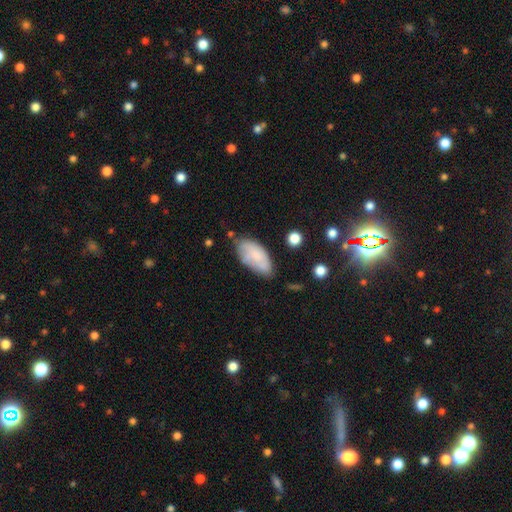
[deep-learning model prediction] A smooth galaxy with no disk features (67%) that is in between round and cigar-shaped (92%).

Vote fractions:
- Smooth or featured? smooth: 67% / featured or disk: 26% / star or artifact: 7%
- How rounded? in between: 92% / cigar-shaped: 6% / round: 2%
- Merging? none: 60% / minor disturbance: 29% / major disturbance: 7% / merger: 4%